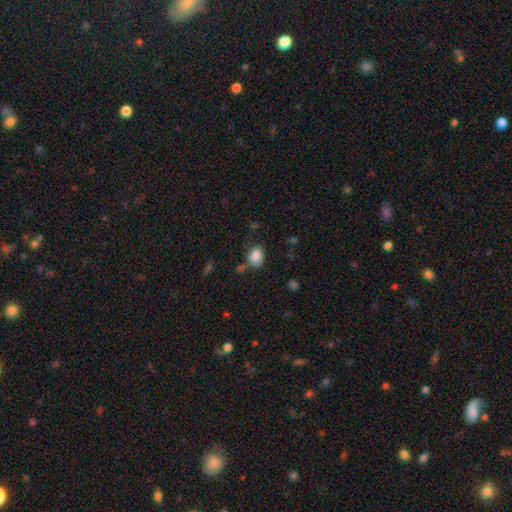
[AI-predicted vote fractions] A smooth galaxy with no disk features (86%) that is in between round and cigar-shaped (71%). Merging: none (61%).